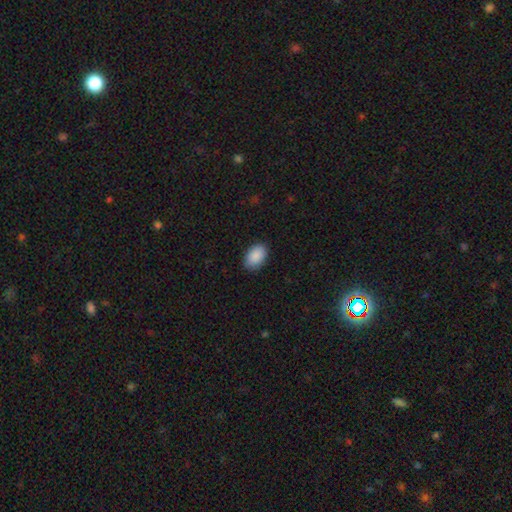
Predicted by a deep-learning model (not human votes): smooth-or-featured: smooth: 91% | star or artifact: 6% | featured or disk: 3%
  how-rounded: in between: 91% | round: 8% | cigar-shaped: 1%
  merging: none: 87% | minor disturbance: 10% | major disturbance: 2% | merger: 1%